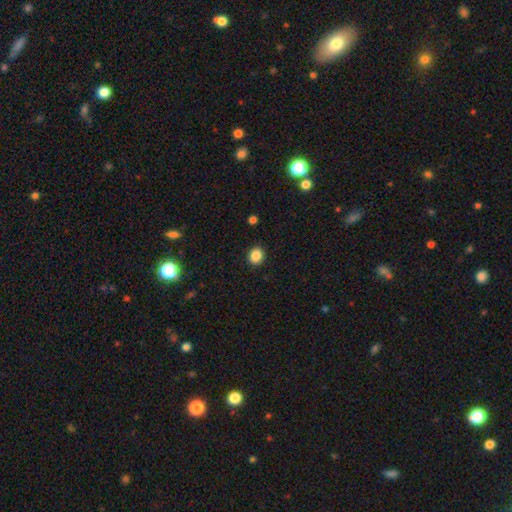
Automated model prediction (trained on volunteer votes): This appears to be a smooth galaxy with no disk features (86%) that is round (71%). Merging: none (92%).